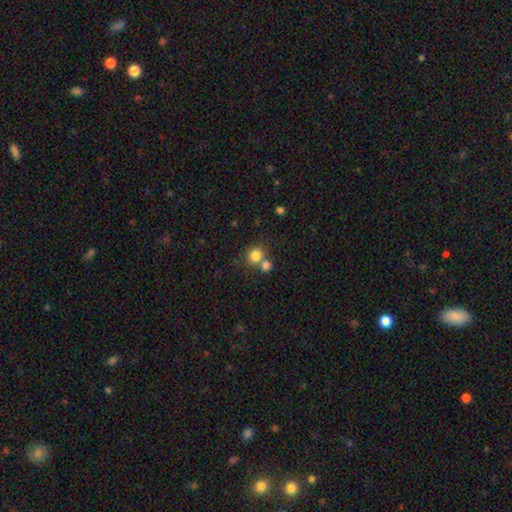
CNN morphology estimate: Overall: smooth (82%). How rounded: round (83%). Merging: none (56%; merger 33%).